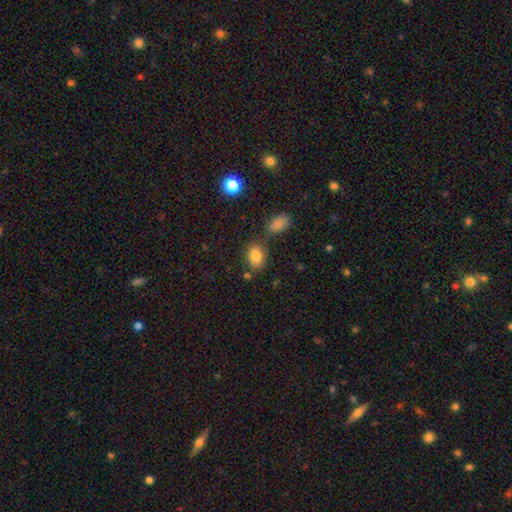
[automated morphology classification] The model was most divided on "how rounded": in between: 74%, round: 25%, cigar-shaped: 1%. More confident: smooth or featured — smooth (84%); merging — none (70%).